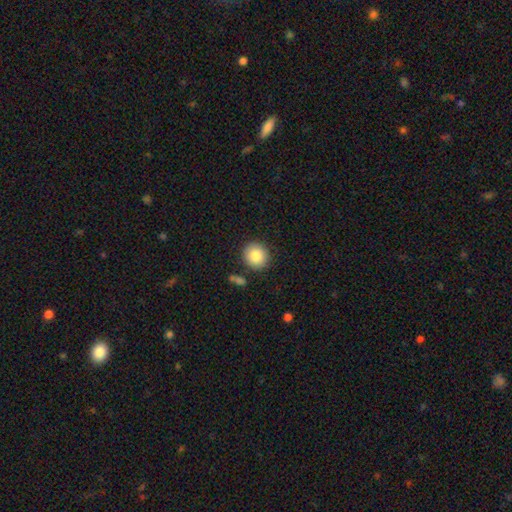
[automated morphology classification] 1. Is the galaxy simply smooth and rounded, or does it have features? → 85% smooth, 8% star or artifact, 7% featured or disk.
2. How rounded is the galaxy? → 86% round, 13% in between, 1% cigar-shaped.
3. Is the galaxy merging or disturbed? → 86% none, 8% minor disturbance, 4% merger, 2% major disturbance.